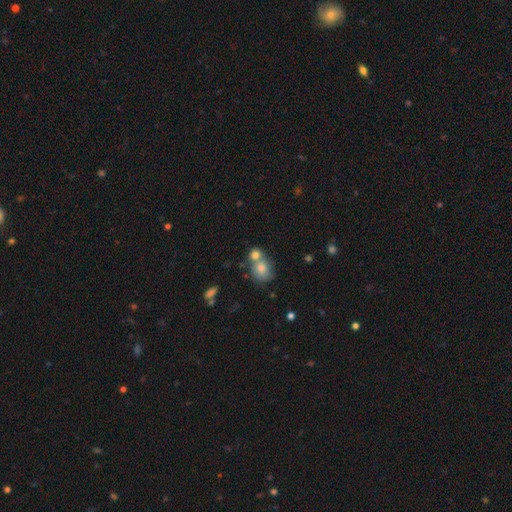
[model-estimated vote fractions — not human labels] This appears to be a smooth galaxy with no disk features (59%) that is round (69%). Merging: none (56%).